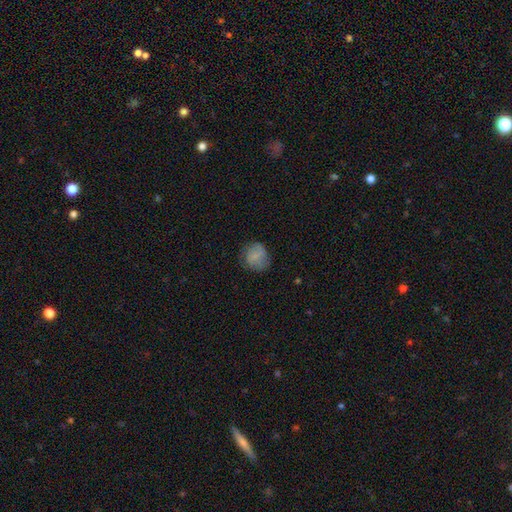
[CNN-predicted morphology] A smooth galaxy with no disk features (73%) that is round (79%).

Vote fractions:
- Smooth or featured? smooth: 73% / featured or disk: 18% / star or artifact: 8%
- How rounded? round: 79% / in between: 20% / cigar-shaped: 1%
- Merging? none: 64% / minor disturbance: 25% / major disturbance: 9% / merger: 1%